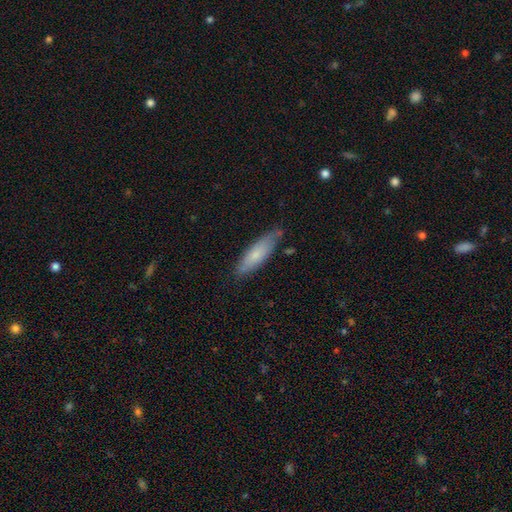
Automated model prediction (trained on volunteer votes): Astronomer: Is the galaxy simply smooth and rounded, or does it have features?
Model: smooth — 70%.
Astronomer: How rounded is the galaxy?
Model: cigar-shaped — 61% (runner-up: in between, 37%).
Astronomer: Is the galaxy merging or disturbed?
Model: none — 73%.